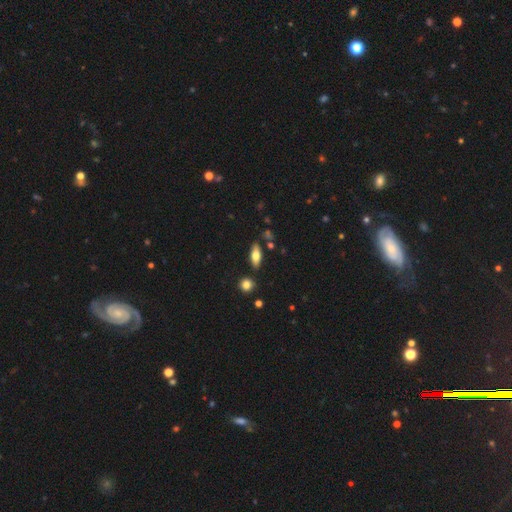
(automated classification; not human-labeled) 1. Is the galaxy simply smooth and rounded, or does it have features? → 67% smooth, 26% featured or disk, 7% star or artifact.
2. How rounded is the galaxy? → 73% in between, 24% cigar-shaped, 3% round.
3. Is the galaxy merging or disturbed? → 82% none, 11% minor disturbance, 4% merger, 3% major disturbance.